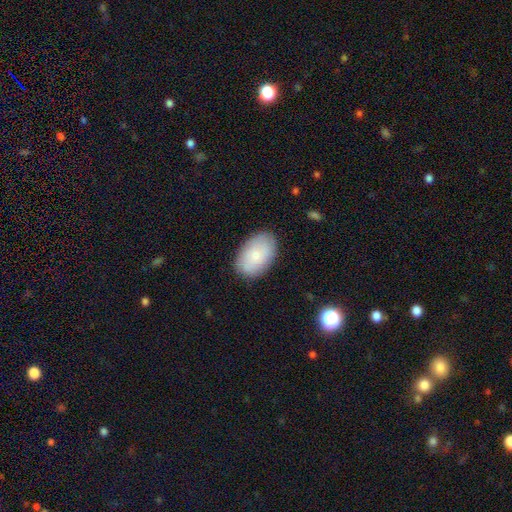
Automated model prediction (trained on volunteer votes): This appears to be a smooth galaxy with no disk features (76%) that is in between round and cigar-shaped (91%). Merging: none (83%).